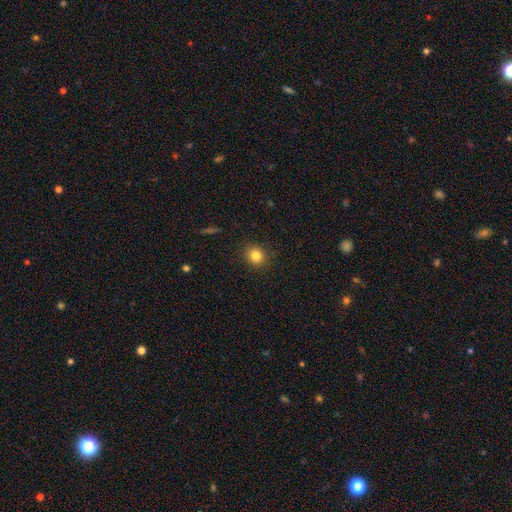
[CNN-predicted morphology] This is clearly a smooth galaxy (82%). How rounded: likely round (77%). Merging: clearly none (89%).